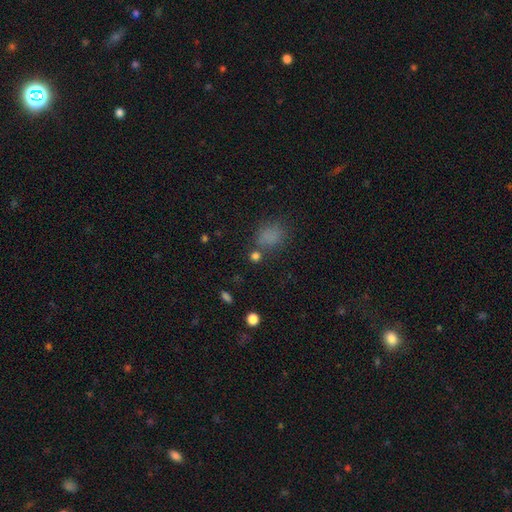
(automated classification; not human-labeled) A smooth galaxy with no disk features (71%) that is round (61%).

Vote fractions:
- Smooth or featured? smooth: 71% / star or artifact: 22% / featured or disk: 7%
- How rounded? round: 61% / in between: 37% / cigar-shaped: 2%
- Merging? none: 65% / minor disturbance: 15% / merger: 13% / major disturbance: 7%